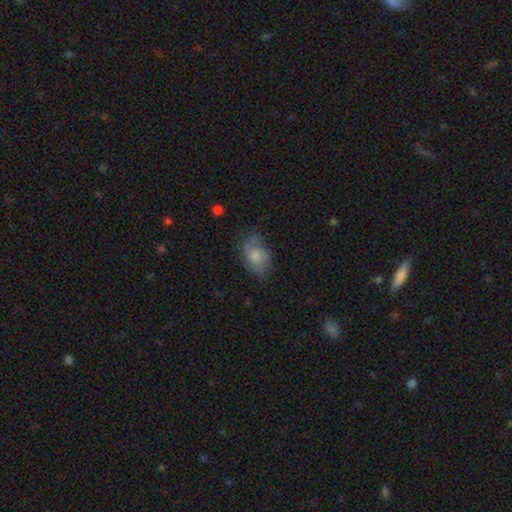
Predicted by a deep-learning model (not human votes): smooth 66%, featured or disk 26%, star or artifact 8%. Down the decision tree: how rounded — in between (84%); merging — none (57%).